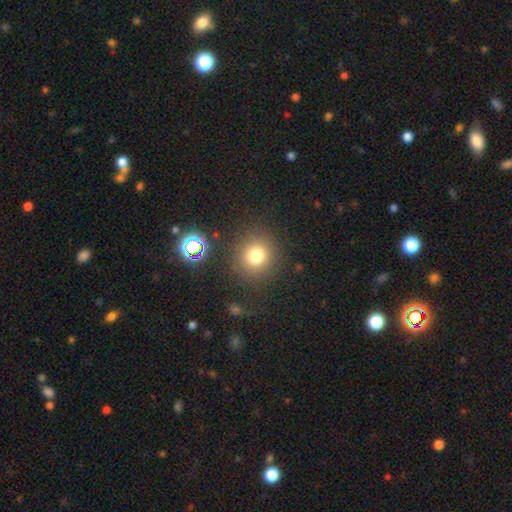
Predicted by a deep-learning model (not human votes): smooth-or-featured: smooth: 76% | star or artifact: 16% | featured or disk: 8%
  how-rounded: round: 86% | in between: 13% | cigar-shaped: 1%
  merging: none: 83% | minor disturbance: 9% | major disturbance: 5% | merger: 3%